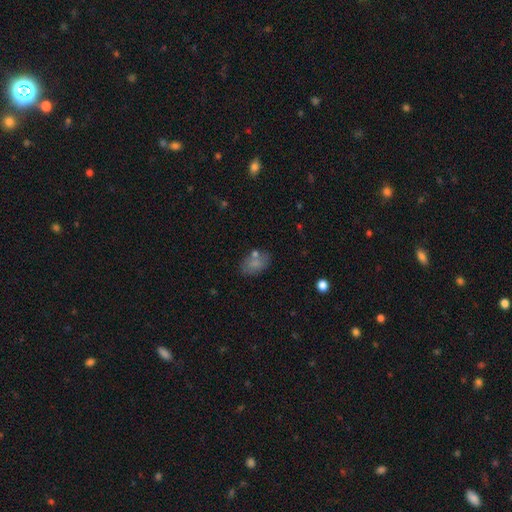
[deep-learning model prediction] The model was most divided on "merging": none: 66%, minor disturbance: 17%, merger: 10%, major disturbance: 7%. More confident: how rounded — in between (86%); smooth or featured — smooth (67%).